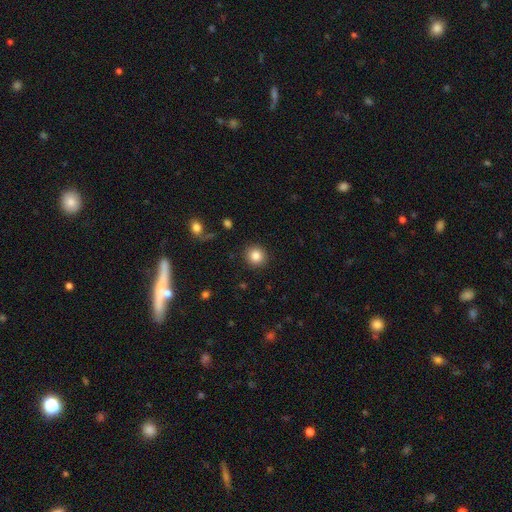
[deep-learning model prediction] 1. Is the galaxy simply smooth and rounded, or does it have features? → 85% smooth, 10% star or artifact, 5% featured or disk.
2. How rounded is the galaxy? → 92% round, 8% in between, 1% cigar-shaped.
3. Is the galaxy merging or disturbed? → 91% none, 6% minor disturbance, 2% major disturbance, 1% merger.